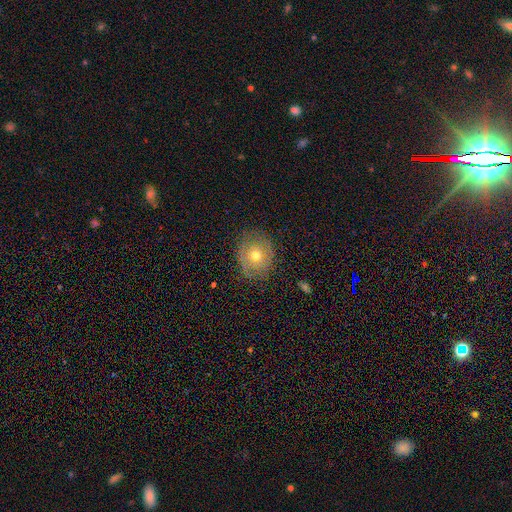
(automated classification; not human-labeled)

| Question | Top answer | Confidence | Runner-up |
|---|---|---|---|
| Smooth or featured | featured or disk | 49% | smooth (41%) |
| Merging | none | 76% | minor disturbance (17%) |